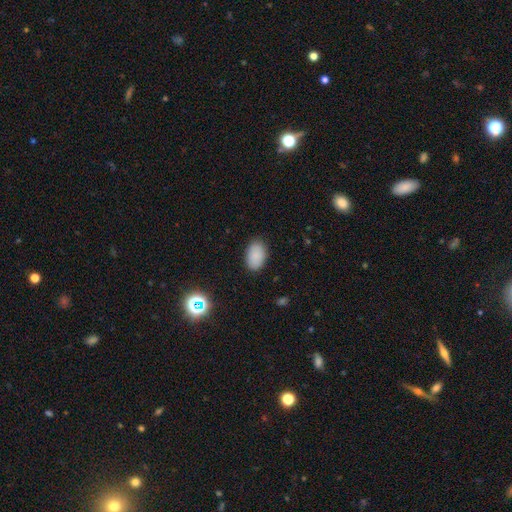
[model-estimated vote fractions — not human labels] Smooth or featured?
  - smooth: 87% *
  - star or artifact: 9%
  - featured or disk: 4%
How rounded?
  - in between: 91% *
  - round: 8%
  - cigar-shaped: 1%
Merging?
  - none: 86% *
  - minor disturbance: 10%
  - major disturbance: 3%
  - merger: 1%